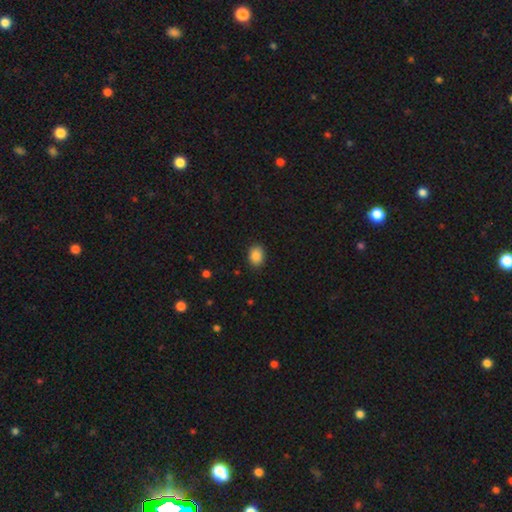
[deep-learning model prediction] Smooth or featured?
  - smooth: 88% *
  - star or artifact: 8%
  - featured or disk: 3%
How rounded?
  - in between: 68% *
  - round: 31%
  - cigar-shaped: 1%
Merging?
  - none: 88% *
  - minor disturbance: 9%
  - major disturbance: 2%
  - merger: 1%